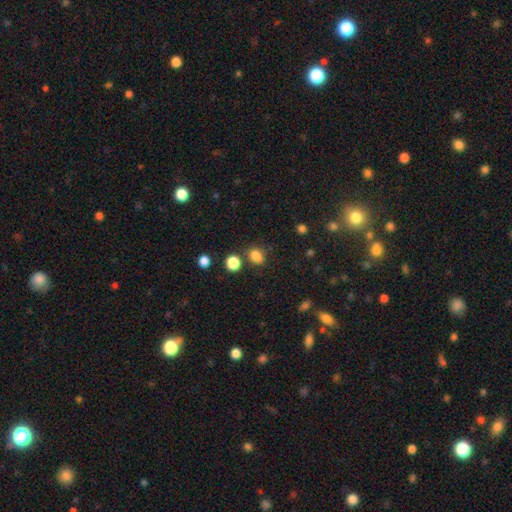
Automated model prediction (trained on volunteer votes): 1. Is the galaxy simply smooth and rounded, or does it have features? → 80% smooth, 15% star or artifact, 5% featured or disk.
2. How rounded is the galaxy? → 58% round, 40% in between, 1% cigar-shaped.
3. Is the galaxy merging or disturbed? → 68% none, 17% minor disturbance, 10% merger, 5% major disturbance.